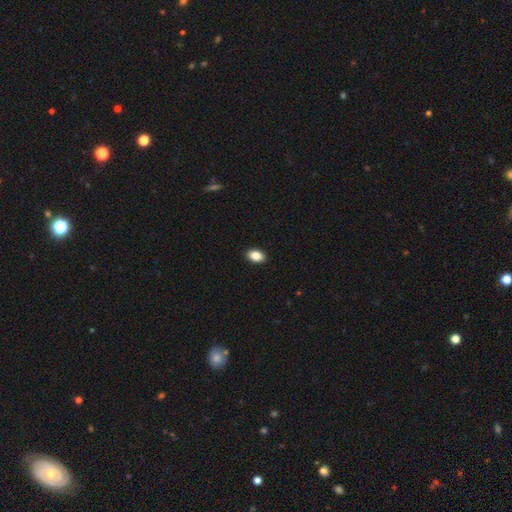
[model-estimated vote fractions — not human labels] A smooth galaxy with no disk features (87%) that is in between round and cigar-shaped (86%). Merging: none (91%).